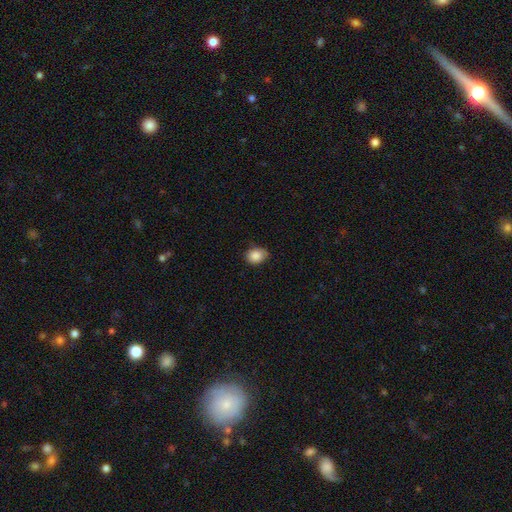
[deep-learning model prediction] A smooth galaxy with no disk features (87%) that is in between round and cigar-shaped (59%). Merging: none (70%).